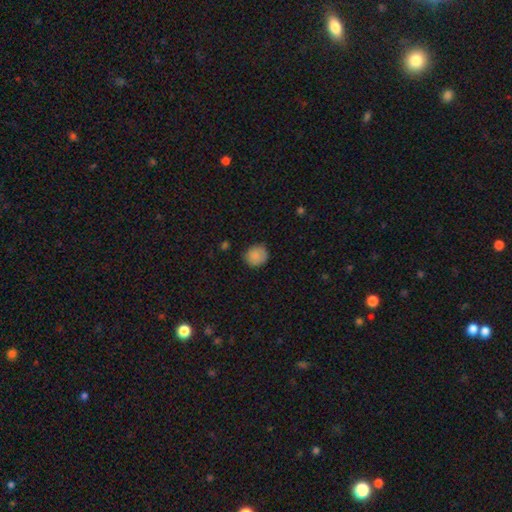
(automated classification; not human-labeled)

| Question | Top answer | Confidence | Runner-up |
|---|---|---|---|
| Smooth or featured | smooth | 86% | star or artifact (9%) |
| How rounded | round | 83% | in between (16%) |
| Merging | none | 80% | minor disturbance (15%) |